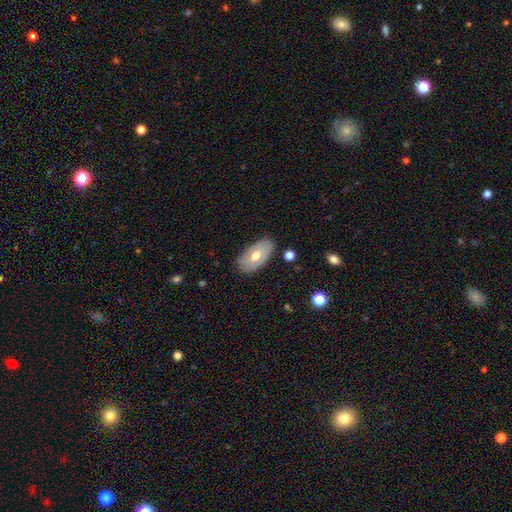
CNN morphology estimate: This appears to be a smooth galaxy with no disk features (55%) that is in between round and cigar-shaped (93%). Merging: none (80%).